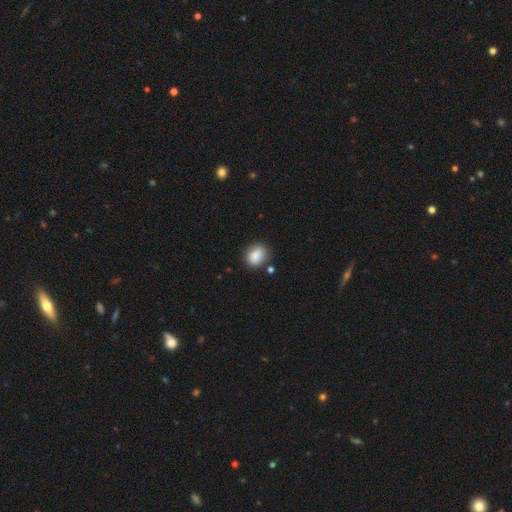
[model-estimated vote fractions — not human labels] This appears to be a smooth galaxy with no disk features (85%) that is round (54%). Merging: none (76%).